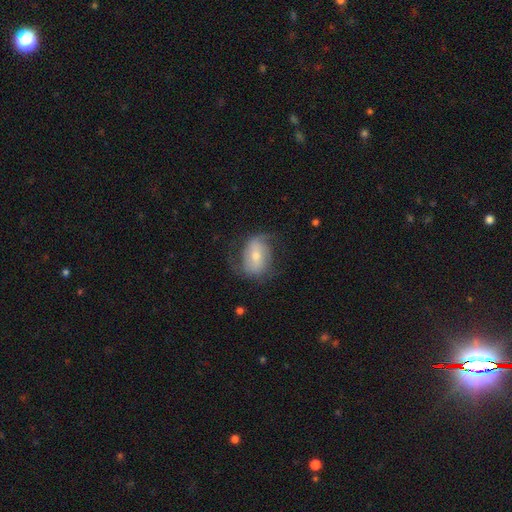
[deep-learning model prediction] Smooth or featured? featured or disk (66%)
Edge-on disk? no (96%)
Bar? weak (42%)
Spiral arms? yes (86%)
Spiral winding? medium (42%)
Spiral arm count? 2 (75%)
Bulge size? small (47%)
Merging? none (60%)